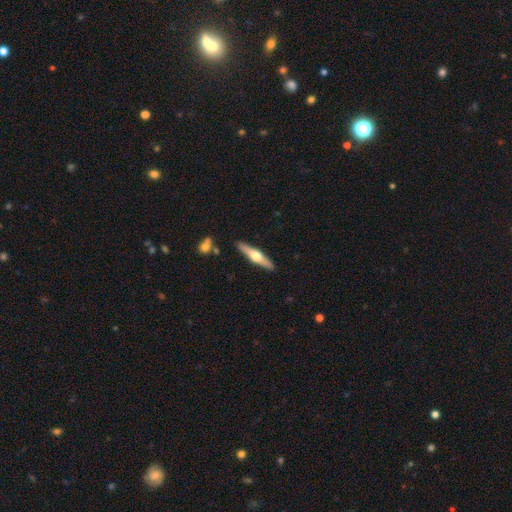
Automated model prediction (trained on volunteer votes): featured or disk 63%, smooth 32%, star or artifact 5%. Down the decision tree: edge-on disk — yes (96%); edge-on bulge — rounded (95%); merging — none (90%).